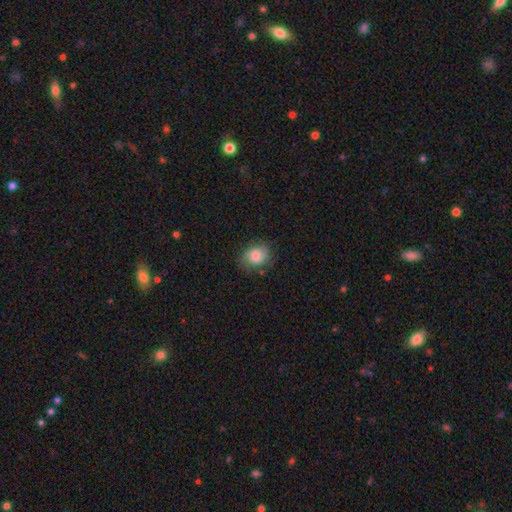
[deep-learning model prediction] This is likely a smooth galaxy (74%). How rounded: possibly in between (52%). Merging: likely none (69%).